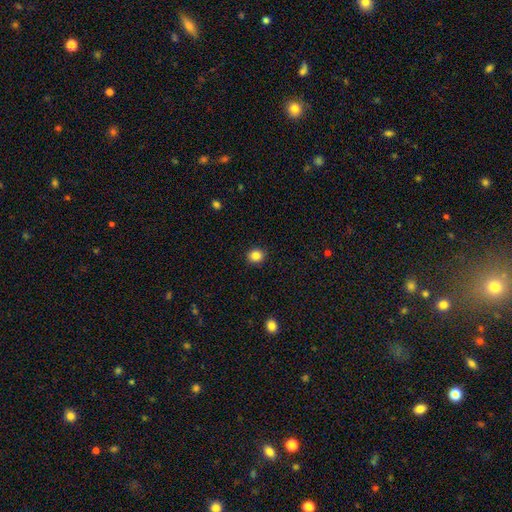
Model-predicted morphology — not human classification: This appears to be a smooth galaxy with no disk features (85%) that is round (83%). Merging: none (91%).